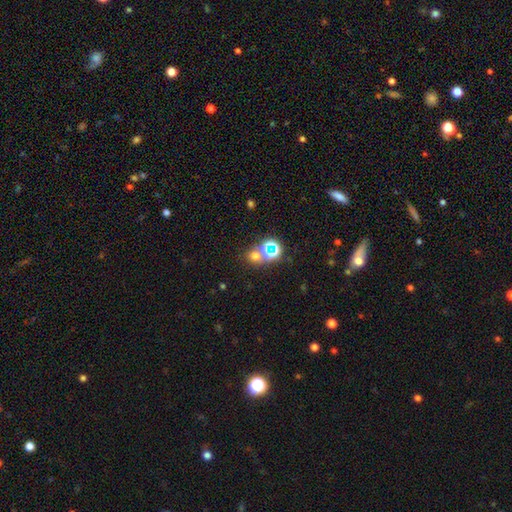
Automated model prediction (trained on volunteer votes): smooth_or_featured: smooth (p=0.53) [alt: star or artifact p=0.38]
how_rounded: round (p=0.79) [alt: in between p=0.20]
merging: none (p=0.62) [alt: merger p=0.25]